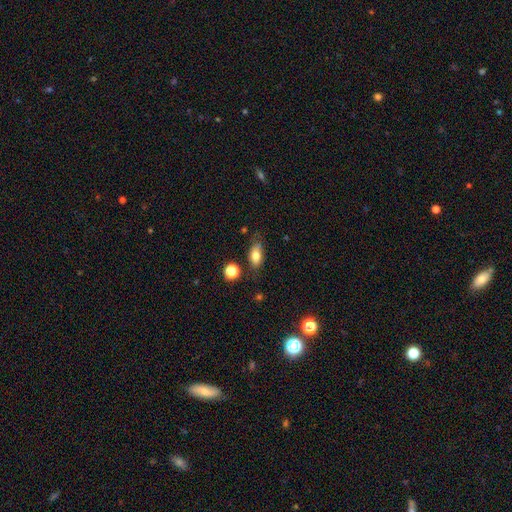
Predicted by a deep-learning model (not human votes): The model was most divided on "merging": none: 73%, minor disturbance: 19%, major disturbance: 4%, merger: 4%. More confident: how rounded — in between (83%); smooth or featured — smooth (78%).